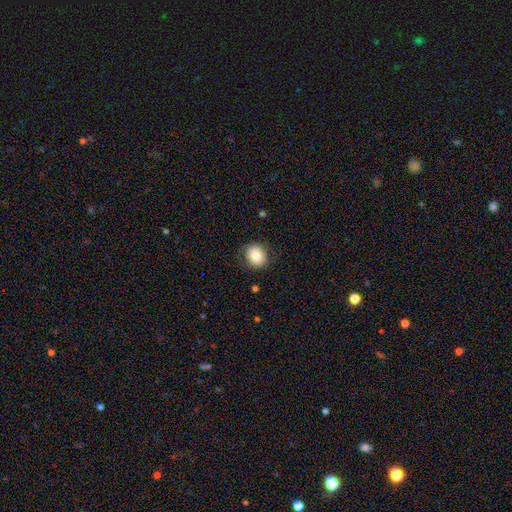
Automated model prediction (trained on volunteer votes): smooth 78%, featured or disk 13%, star or artifact 9%. Down the decision tree: how rounded — round (75%); merging — none (82%).